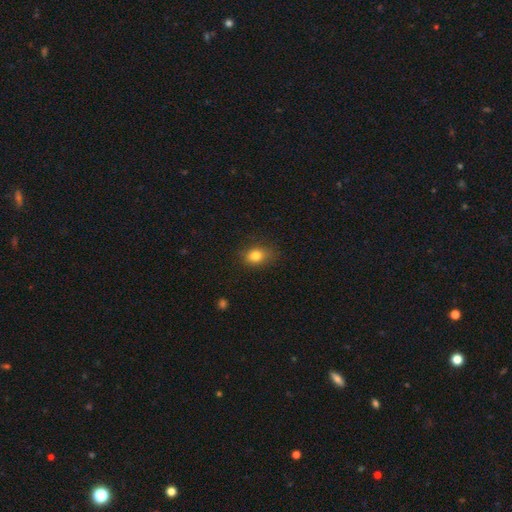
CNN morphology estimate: Smooth or featured?
  - smooth: 82% *
  - star or artifact: 11%
  - featured or disk: 7%
How rounded?
  - in between: 59% *
  - round: 39%
  - cigar-shaped: 1%
Merging?
  - none: 77% *
  - minor disturbance: 17%
  - major disturbance: 4%
  - merger: 1%